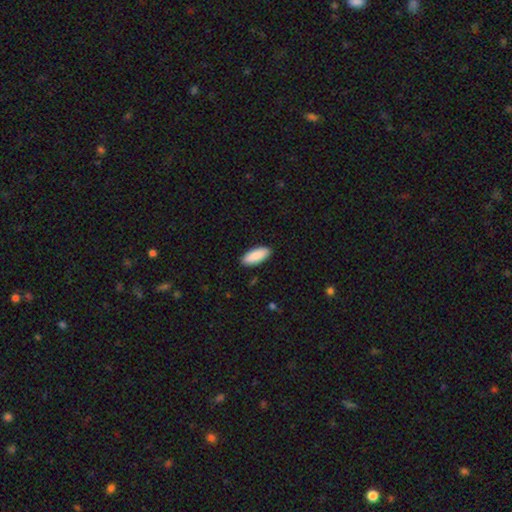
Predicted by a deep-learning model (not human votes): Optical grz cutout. It shows a smooth galaxy with no disk features (90%) that is in between round and cigar-shaped (81%). Merging: none (90%).